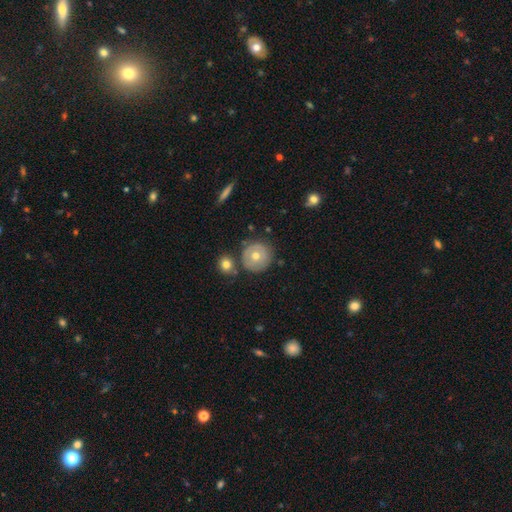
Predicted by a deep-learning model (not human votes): smooth-or-featured: smooth: 58% | featured or disk: 34% | star or artifact: 8%
  how-rounded: round: 93% | in between: 6% | cigar-shaped: 1%
  merging: none: 77% | minor disturbance: 13% | merger: 7% | major disturbance: 4%